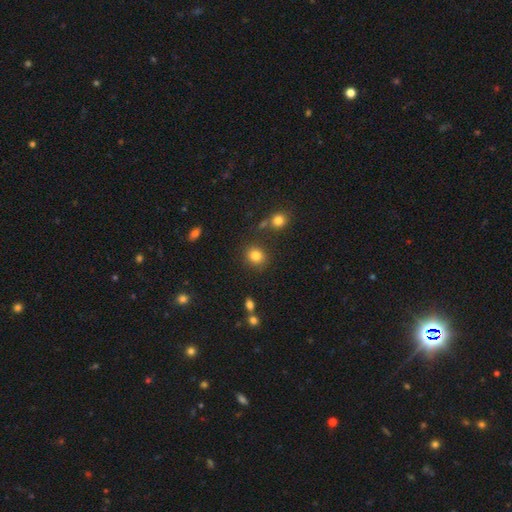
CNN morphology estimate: Q: Smooth or featured?
A: smooth (83%); runner-up: star or artifact (11%)
Q: How rounded?
A: round (80%); runner-up: in between (19%)
Q: Merging?
A: none (83%); runner-up: minor disturbance (9%)